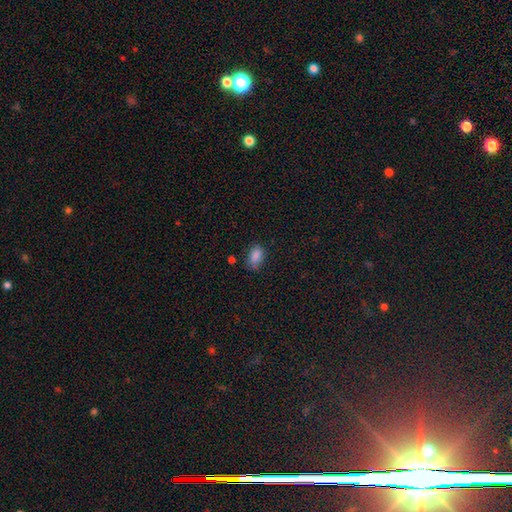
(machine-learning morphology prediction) Q: Smooth or featured?
A: smooth (86%); runner-up: star or artifact (9%)
Q: How rounded?
A: in between (89%); runner-up: round (9%)
Q: Merging?
A: none (69%); runner-up: minor disturbance (24%)